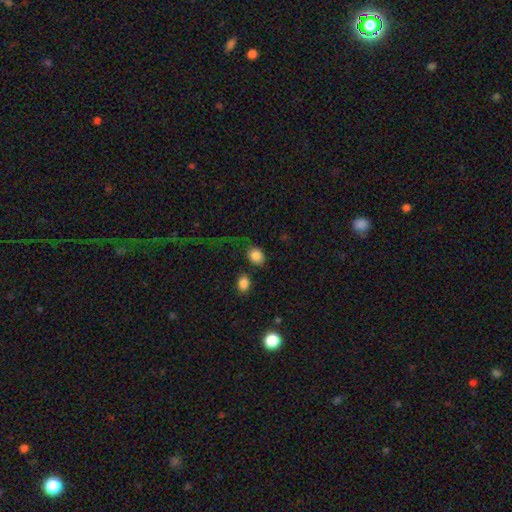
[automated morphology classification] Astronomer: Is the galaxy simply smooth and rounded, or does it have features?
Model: smooth — 85%.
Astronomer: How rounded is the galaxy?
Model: in between — 52% (runner-up: round, 47%).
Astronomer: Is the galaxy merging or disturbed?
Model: none — 73%.